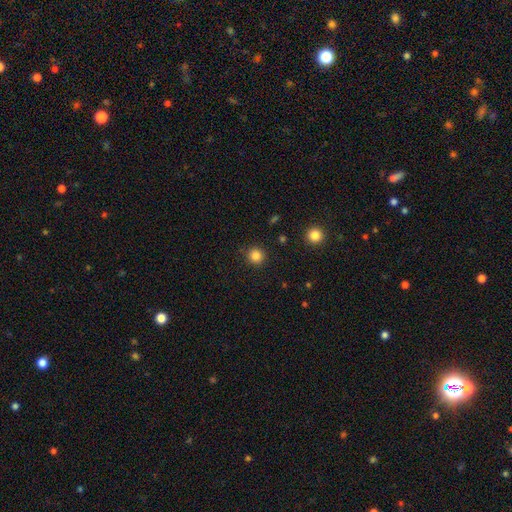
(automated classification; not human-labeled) This is clearly a smooth galaxy (84%). How rounded: clearly round (93%). Merging: clearly none (90%).